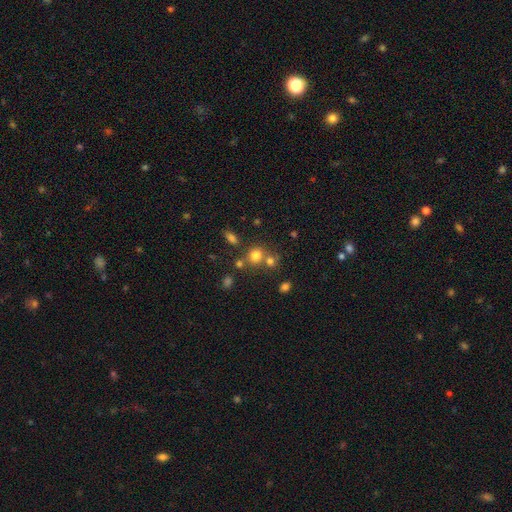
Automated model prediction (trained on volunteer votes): Q: Smooth or featured?
A: smooth (73%); runner-up: star or artifact (17%)
Q: How rounded?
A: round (82%); runner-up: in between (17%)
Q: Merging?
A: none (58%); runner-up: merger (28%)